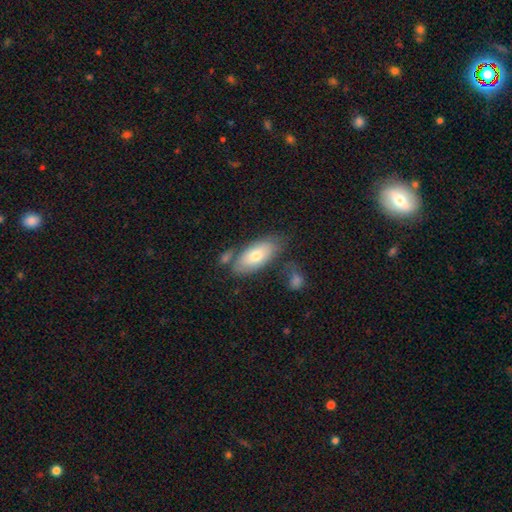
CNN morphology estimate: Q: Smooth or featured?
A: smooth (69%); runner-up: featured or disk (25%)
Q: How rounded?
A: in between (89%); runner-up: cigar-shaped (8%)
Q: Merging?
A: none (62%); runner-up: minor disturbance (19%)